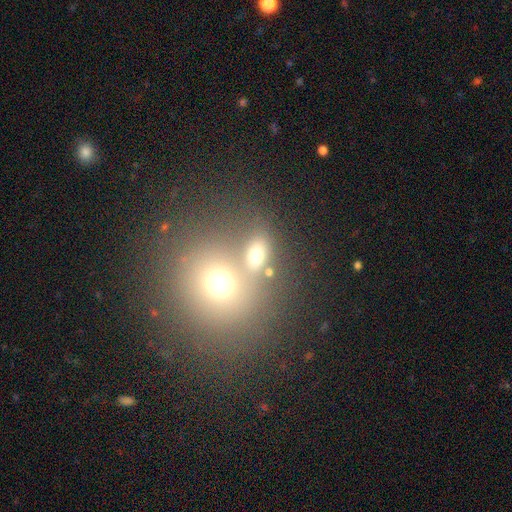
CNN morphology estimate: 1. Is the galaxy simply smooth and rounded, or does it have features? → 69% smooth, 17% star or artifact, 14% featured or disk.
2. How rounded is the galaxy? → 52% round, 45% in between, 2% cigar-shaped.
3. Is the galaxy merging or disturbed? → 44% merger, 43% none, 8% minor disturbance, 5% major disturbance.